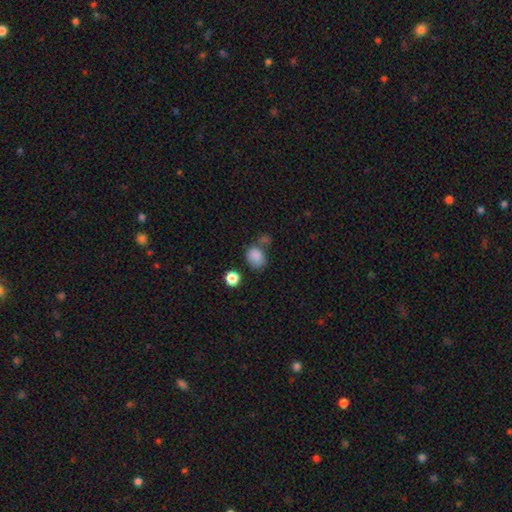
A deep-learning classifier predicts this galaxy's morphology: Smooth or featured? Predicted: smooth (p=0.84). How rounded? Predicted: in between (p=0.59). Merging? Predicted: none (p=0.52).